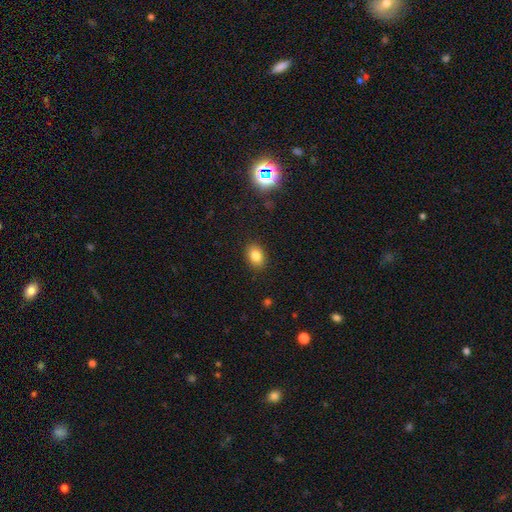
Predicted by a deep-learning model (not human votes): Q: Smooth or featured?
A: smooth (83%); runner-up: star or artifact (10%)
Q: How rounded?
A: in between (75%); runner-up: round (24%)
Q: Merging?
A: none (89%); runner-up: minor disturbance (8%)